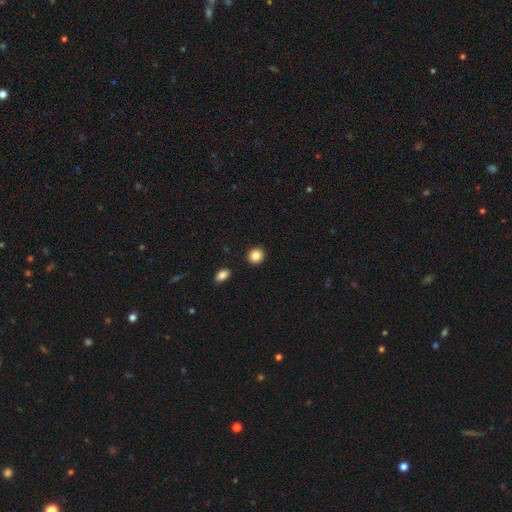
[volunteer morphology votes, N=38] A smooth galaxy with no disk features (84%) that is round (84%). Merging: none (85%).